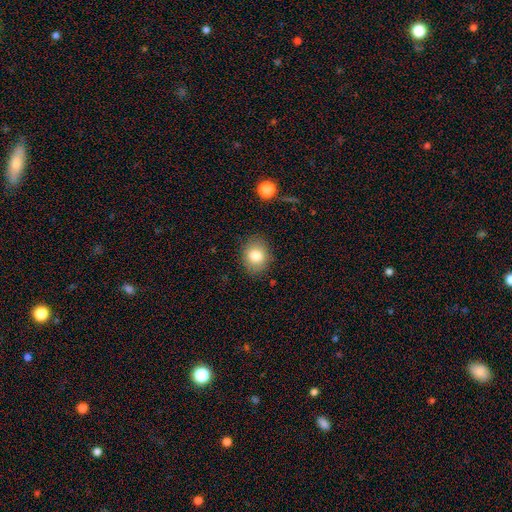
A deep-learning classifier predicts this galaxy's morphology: Overall: smooth (81%). How rounded: round (58%; in between 41%). Merging: none (86%).